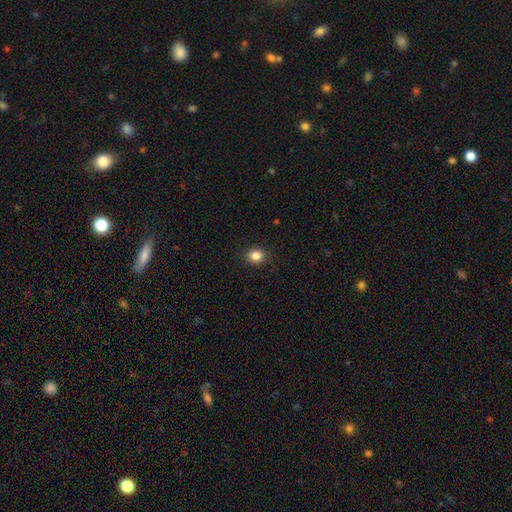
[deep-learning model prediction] A smooth galaxy with no disk features (85%) that is round (74%). Merging: none (91%).